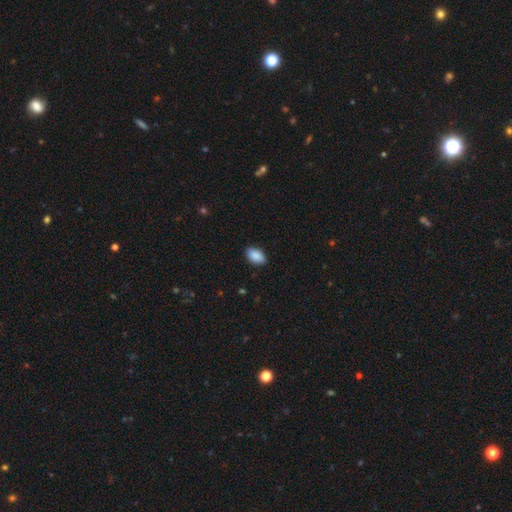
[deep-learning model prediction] smooth_or_featured: smooth (p=0.89) [alt: star or artifact p=0.07]
how_rounded: in between (p=0.92) [alt: round p=0.06]
merging: none (p=0.87) [alt: minor disturbance p=0.10]